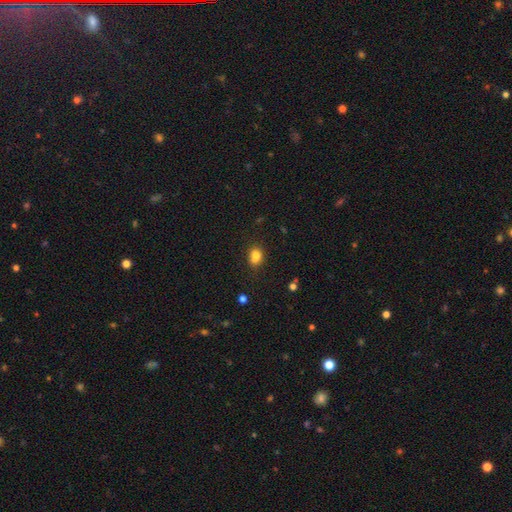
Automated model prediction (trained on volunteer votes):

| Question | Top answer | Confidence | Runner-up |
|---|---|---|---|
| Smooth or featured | smooth | 77% | star or artifact (13%) |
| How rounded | round | 52% | in between (47%) |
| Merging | none | 54% | merger (22%) |